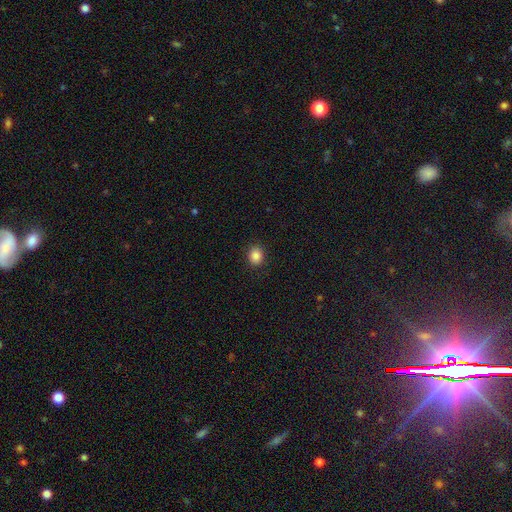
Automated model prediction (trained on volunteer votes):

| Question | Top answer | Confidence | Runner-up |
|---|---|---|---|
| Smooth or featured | smooth | 86% | star or artifact (10%) |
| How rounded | round | 66% | in between (33%) |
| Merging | none | 90% | minor disturbance (7%) |